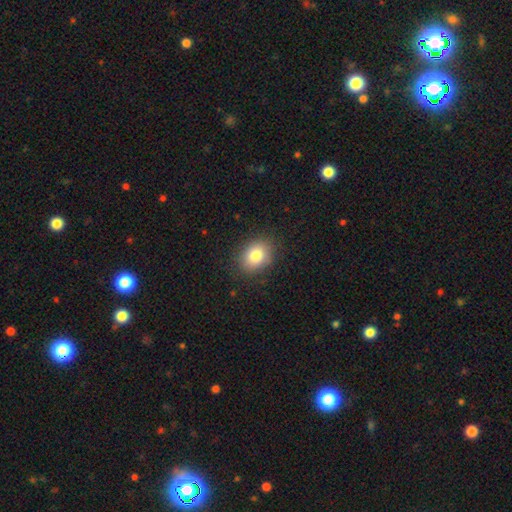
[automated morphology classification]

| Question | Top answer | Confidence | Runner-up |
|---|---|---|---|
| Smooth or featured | smooth | 81% | star or artifact (10%) |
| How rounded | in between | 57% | round (42%) |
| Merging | none | 86% | minor disturbance (10%) |